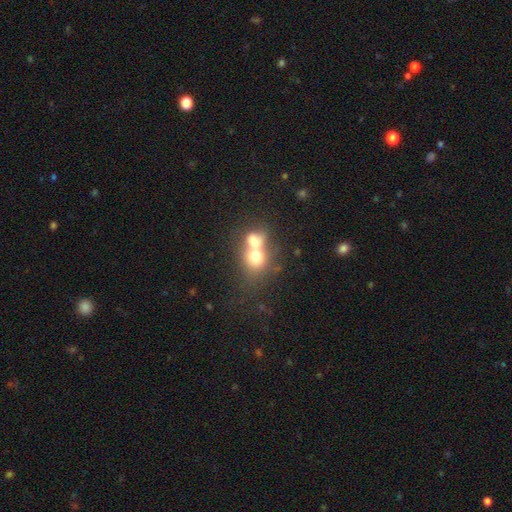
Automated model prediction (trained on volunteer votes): smooth 68%, featured or disk 22%, star or artifact 10%. Down the decision tree: how rounded — round (61%); merging — merger (73%).